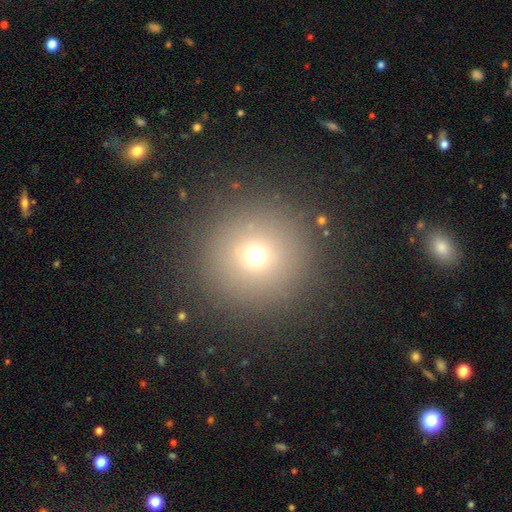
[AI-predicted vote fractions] smooth_or_featured: smooth (p=0.68) [alt: star or artifact p=0.21]
how_rounded: round (p=0.96) [alt: in between p=0.03]
merging: none (p=0.90) [alt: minor disturbance p=0.06]